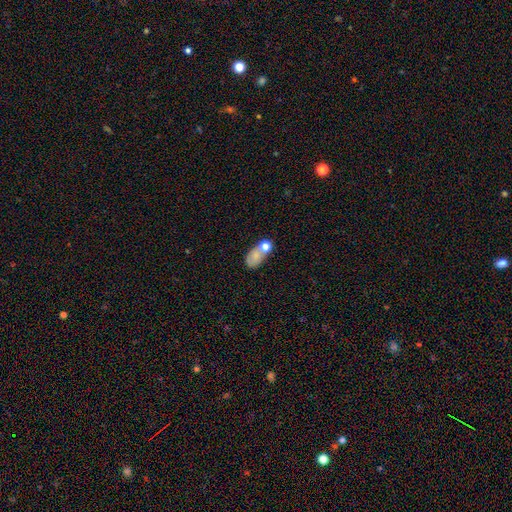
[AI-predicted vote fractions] A smooth galaxy with no disk features (71%) that is in between round and cigar-shaped (83%). Merging: none (40%).